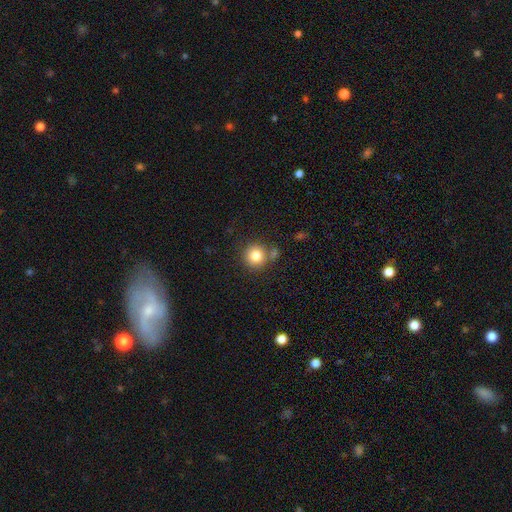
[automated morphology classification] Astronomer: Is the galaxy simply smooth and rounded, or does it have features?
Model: smooth — 82%.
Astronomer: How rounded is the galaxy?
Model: round — 93%.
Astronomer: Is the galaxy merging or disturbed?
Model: none — 72%.